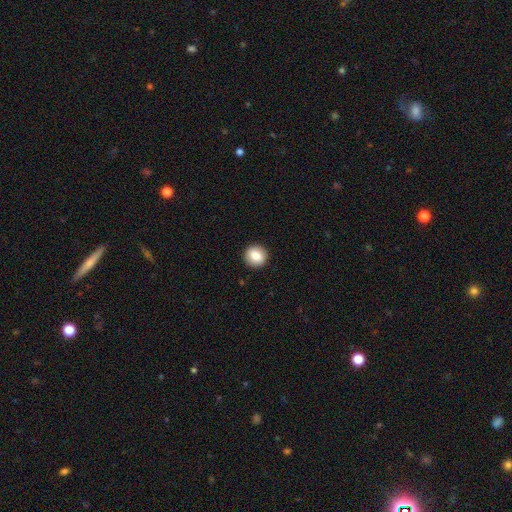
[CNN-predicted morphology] A smooth galaxy with no disk features (83%) that is round (90%). Merging: none (92%).